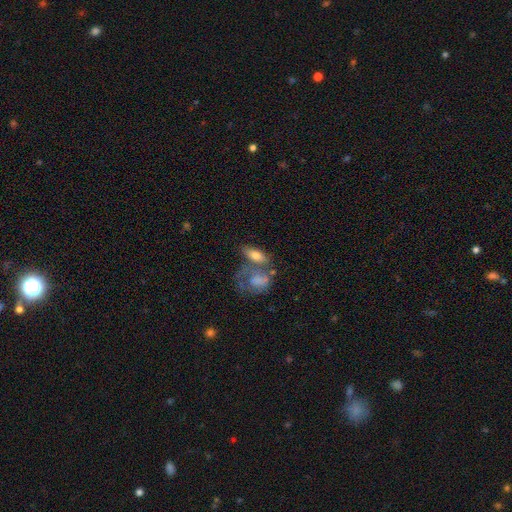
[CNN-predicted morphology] Overall: smooth (68%). How rounded: in between (78%). Merging: none (40%; merger 33%).